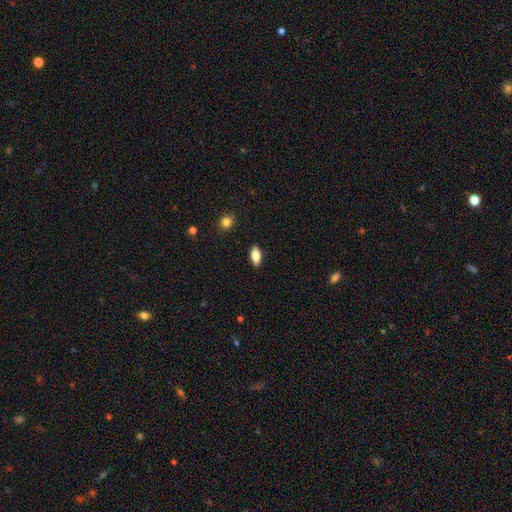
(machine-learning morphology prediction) smooth_or_featured: smooth (p=0.80) [alt: featured or disk p=0.13]
how_rounded: in between (p=0.88) [alt: cigar-shaped p=0.09]
merging: none (p=0.89) [alt: minor disturbance p=0.08]